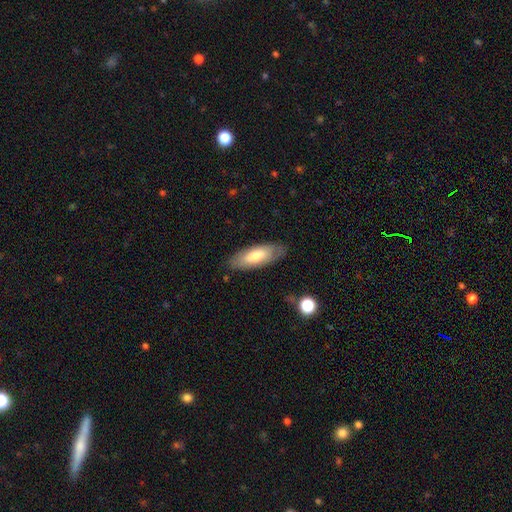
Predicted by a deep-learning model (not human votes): The model was most divided on "how rounded": in between: 67%, cigar-shaped: 32%, round: 2%. More confident: merging — none (82%); smooth or featured — smooth (67%).